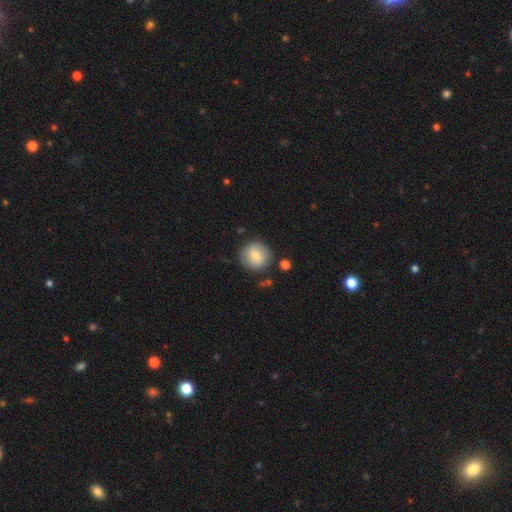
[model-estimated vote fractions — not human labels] Smooth or featured: smooth — 78% (featured or disk — 14%)
How rounded: round — 91% (in between — 8%)
Merging: none — 84% (minor disturbance — 10%)